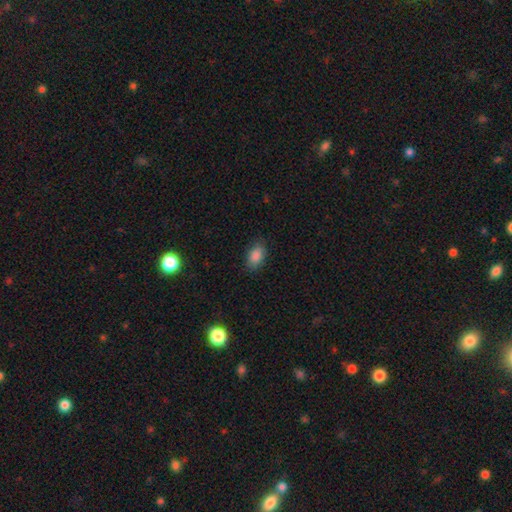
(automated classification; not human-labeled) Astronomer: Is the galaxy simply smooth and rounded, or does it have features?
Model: smooth — 88%.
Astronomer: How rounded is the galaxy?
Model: in between — 90%.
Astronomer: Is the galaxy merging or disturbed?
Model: none — 84%.